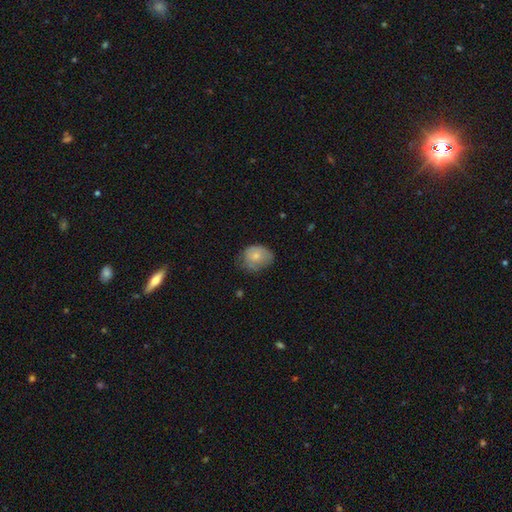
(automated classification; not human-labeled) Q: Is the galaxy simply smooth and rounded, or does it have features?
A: smooth — 70%.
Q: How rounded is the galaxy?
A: in between — 53%.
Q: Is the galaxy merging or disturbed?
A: none — 52%.